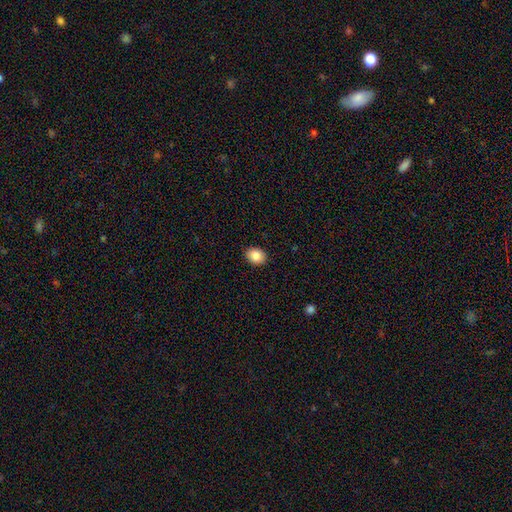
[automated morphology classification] Smooth or featured: smooth — 87% (star or artifact — 8%)
How rounded: in between — 60% (round — 39%)
Merging: none — 90% (minor disturbance — 7%)